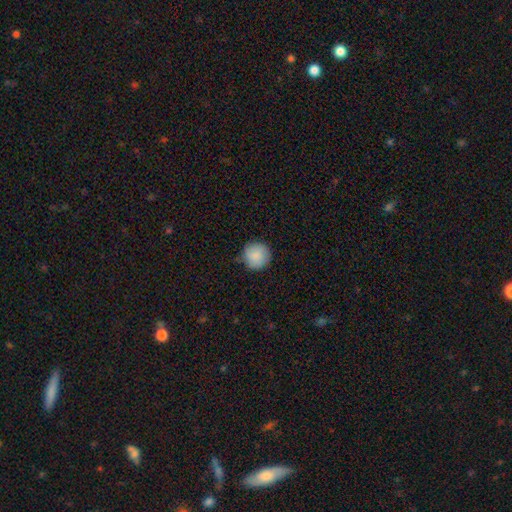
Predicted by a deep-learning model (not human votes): Smooth or featured? smooth (87%)
How rounded? round (94%)
Merging? none (80%)